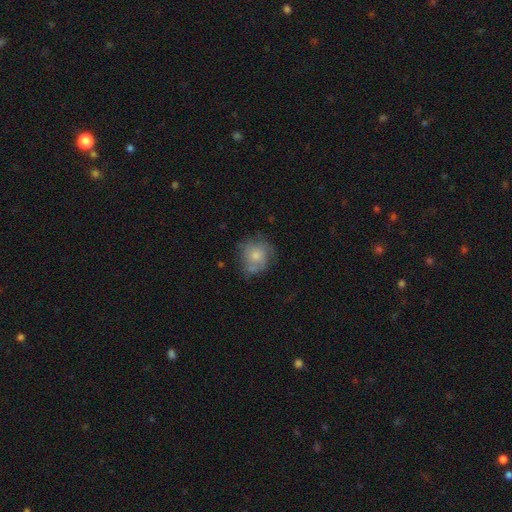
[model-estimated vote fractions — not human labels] smooth 59%, featured or disk 32%, star or artifact 9%. Down the decision tree: how rounded — round (75%); merging — none (57%).